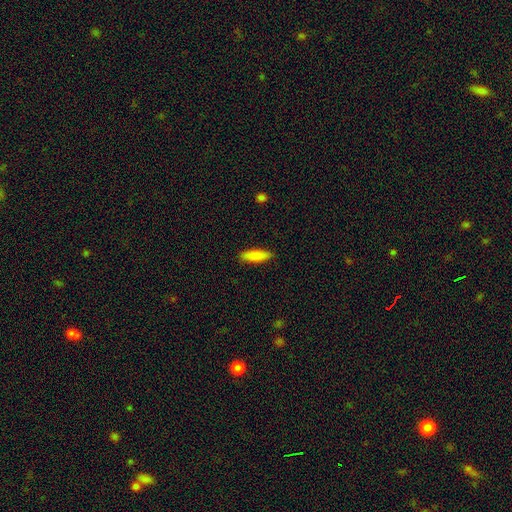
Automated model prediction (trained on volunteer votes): Smooth or featured? Predicted: smooth (p=0.86). How rounded? Predicted: cigar-shaped (p=0.55). Merging? Predicted: none (p=0.87).